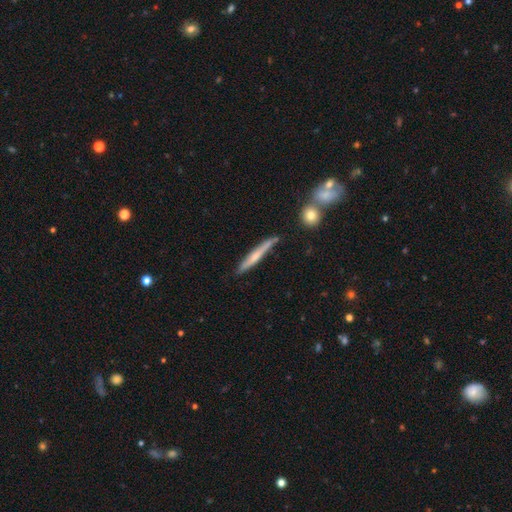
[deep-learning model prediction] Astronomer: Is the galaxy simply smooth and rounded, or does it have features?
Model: featured or disk — 49% (runner-up: smooth, 45%).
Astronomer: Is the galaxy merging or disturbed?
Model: none — 82%.